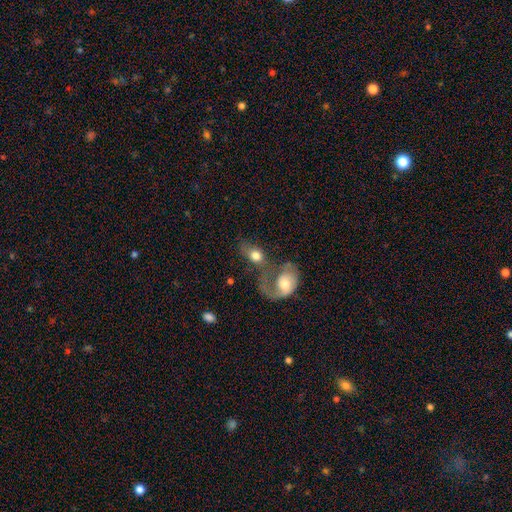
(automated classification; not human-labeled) Smooth or featured: smooth — 60% (featured or disk — 32%)
How rounded: in between — 71% (round — 27%)
Merging: merger — 60% (none — 16%)